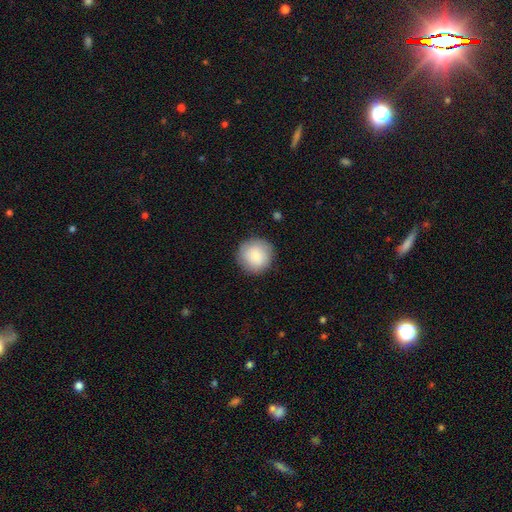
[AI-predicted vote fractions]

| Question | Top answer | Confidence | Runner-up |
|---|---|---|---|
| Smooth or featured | smooth | 84% | featured or disk (9%) |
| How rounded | round | 94% | in between (5%) |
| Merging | none | 87% | minor disturbance (9%) |